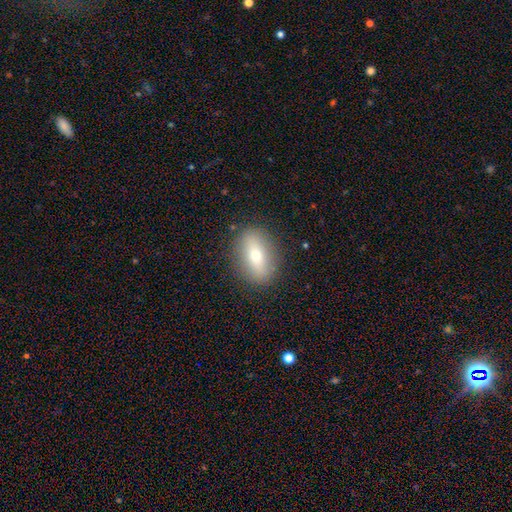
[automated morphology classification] Smooth or featured? smooth (57%)
How rounded? in between (72%)
Merging? none (86%)